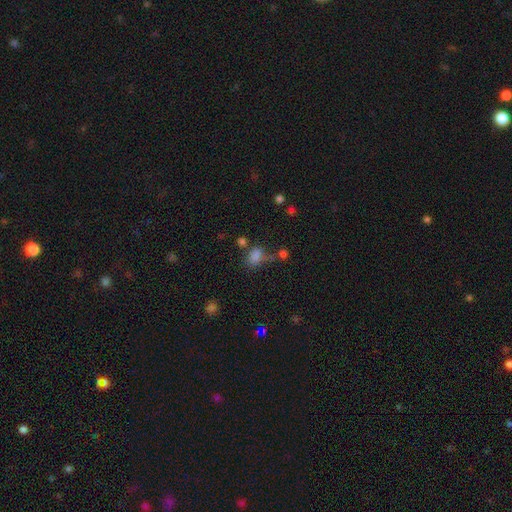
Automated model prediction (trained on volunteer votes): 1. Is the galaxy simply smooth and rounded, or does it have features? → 79% smooth, 15% star or artifact, 6% featured or disk.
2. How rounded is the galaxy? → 72% in between, 26% round, 2% cigar-shaped.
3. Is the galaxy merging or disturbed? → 57% none, 21% minor disturbance, 13% merger, 10% major disturbance.